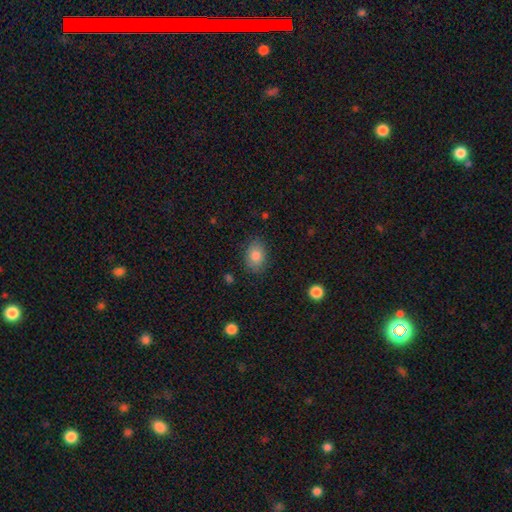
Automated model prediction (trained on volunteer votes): A smooth galaxy with no disk features (84%) that is in between round and cigar-shaped (73%).

Vote fractions:
- Smooth or featured? smooth: 84% / star or artifact: 8% / featured or disk: 8%
- How rounded? in between: 73% / round: 26% / cigar-shaped: 1%
- Merging? none: 83% / minor disturbance: 12% / major disturbance: 3% / merger: 1%